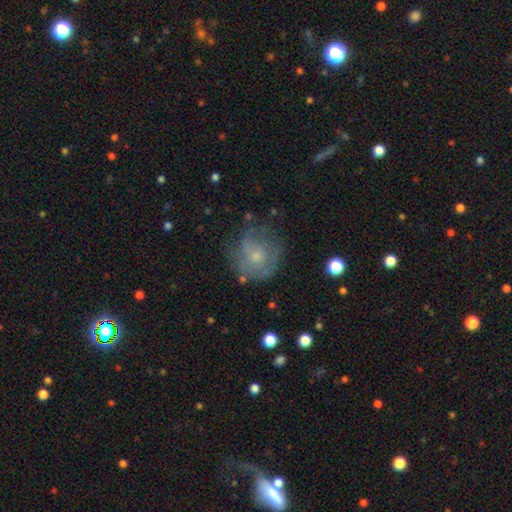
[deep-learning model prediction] The model was most divided on "smooth or featured": featured or disk: 46%, smooth: 44%, star or artifact: 10%. More confident: merging — none (57%).